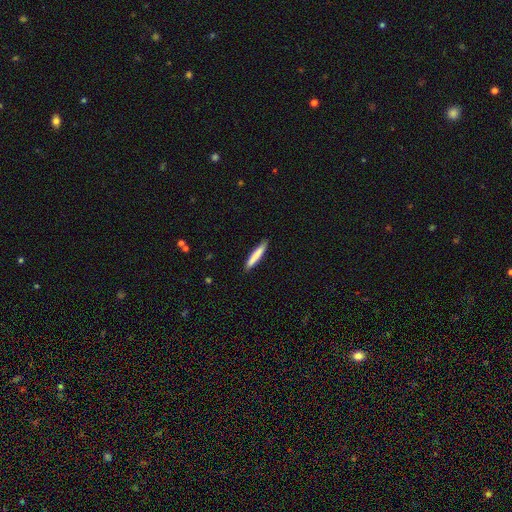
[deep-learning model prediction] smooth_or_featured: smooth (p=0.81) [alt: featured or disk p=0.13]
how_rounded: cigar-shaped (p=0.93) [alt: in between p=0.06]
merging: none (p=0.90) [alt: minor disturbance p=0.08]